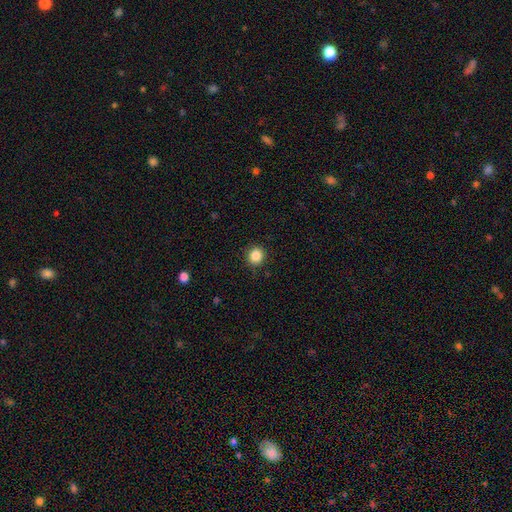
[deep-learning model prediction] The model was most divided on "how rounded": round: 87%, in between: 12%, cigar-shaped: 1%. More confident: merging — none (88%); smooth or featured — smooth (86%).